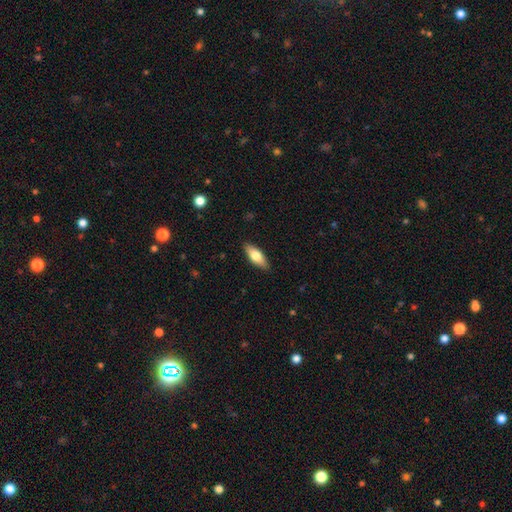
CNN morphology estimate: This appears to be a smooth galaxy with no disk features (70%) that is in between round and cigar-shaped (75%). Merging: none (88%).